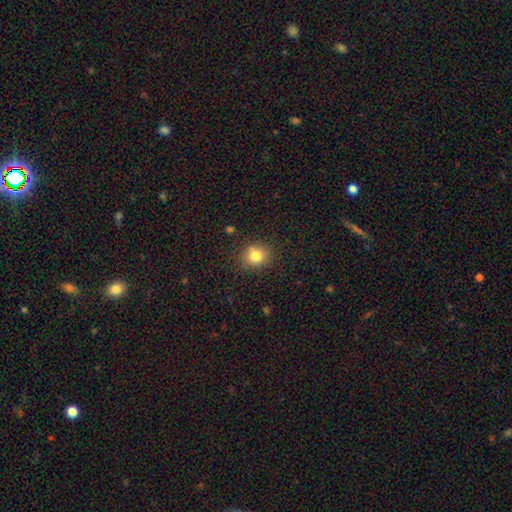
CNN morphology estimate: Smooth or featured?
  - smooth: 81% *
  - star or artifact: 12%
  - featured or disk: 7%
How rounded?
  - round: 77% *
  - in between: 22%
  - cigar-shaped: 1%
Merging?
  - none: 84% *
  - minor disturbance: 11%
  - major disturbance: 3%
  - merger: 2%